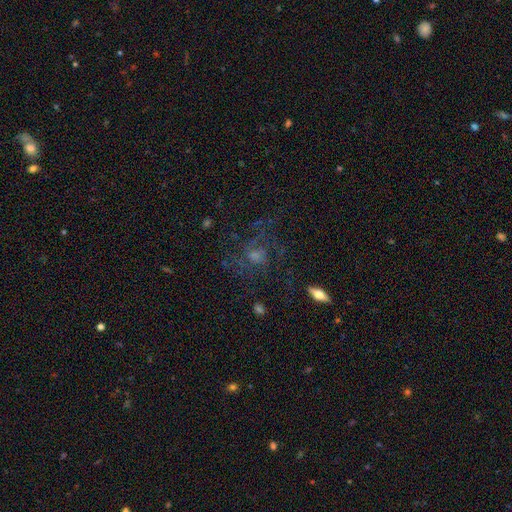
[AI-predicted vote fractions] featured or disk 57%, smooth 24%, star or artifact 19%. Down the decision tree: edge-on disk — no (94%); bar — no (77%); spiral arms — yes (68%); bulge size — moderate (37%); merging — none (59%).